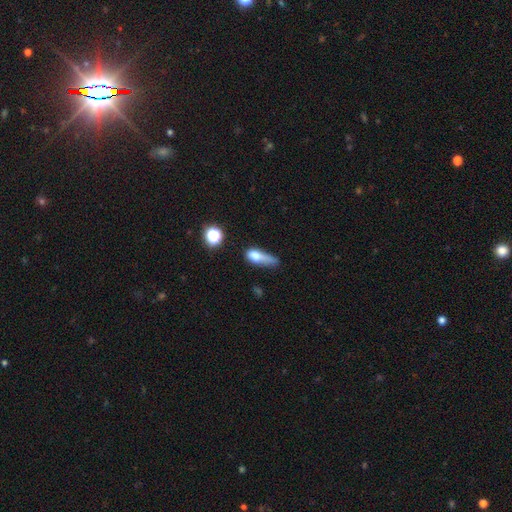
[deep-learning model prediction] The model was most divided on "merging": major disturbance: 35%, minor disturbance: 31%, none: 21%, merger: 13%. More confident: smooth or featured — smooth (68%); how rounded — in between (56%).